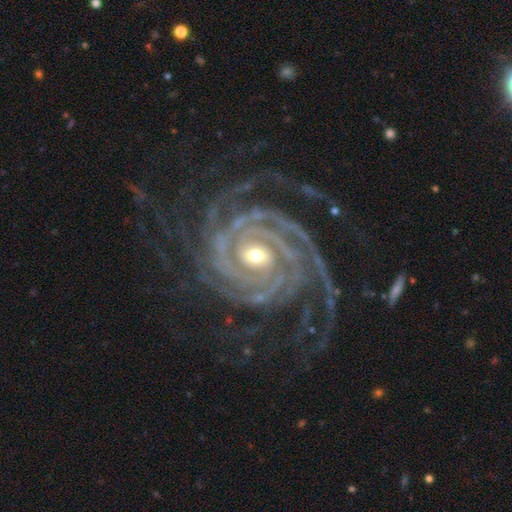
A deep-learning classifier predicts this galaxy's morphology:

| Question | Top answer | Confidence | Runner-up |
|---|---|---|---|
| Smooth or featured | featured or disk | 94% | star or artifact (4%) |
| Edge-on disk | no | 98% | yes (2%) |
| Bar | no | 53% | weak (26%) |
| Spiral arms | yes | 99% | no (1%) |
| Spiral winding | tight | 80% | medium (16%) |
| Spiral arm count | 4 | 21% | more than 4 (20%) |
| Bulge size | moderate | 49% | small (47%) |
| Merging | none | 72% | minor disturbance (15%) |